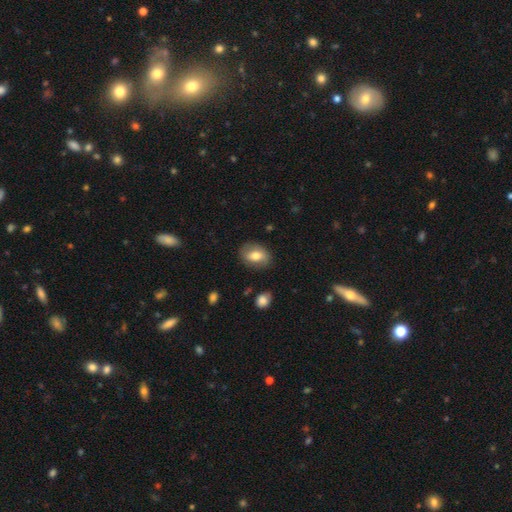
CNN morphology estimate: Smooth or featured: smooth — 63% (featured or disk — 29%)
How rounded: in between — 69% (round — 29%)
Merging: none — 80% (minor disturbance — 14%)